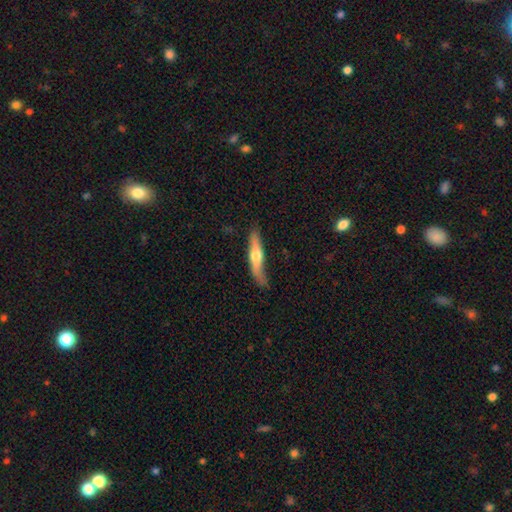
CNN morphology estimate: This is possibly a featured or disk galaxy (49%). Merging: likely none (68%).